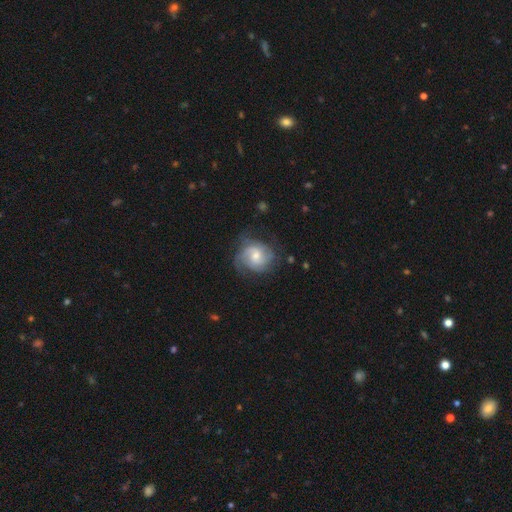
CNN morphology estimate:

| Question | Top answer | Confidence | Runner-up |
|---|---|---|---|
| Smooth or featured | featured or disk | 74% | smooth (20%) |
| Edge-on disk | no | 98% | yes (2%) |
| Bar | no | 62% | weak (34%) |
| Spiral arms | yes | 94% | no (6%) |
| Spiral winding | tight | 43% | medium (42%) |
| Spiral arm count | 2 | 38% | 3 (26%) |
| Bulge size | moderate | 53% | small (39%) |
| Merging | none | 66% | minor disturbance (22%) |